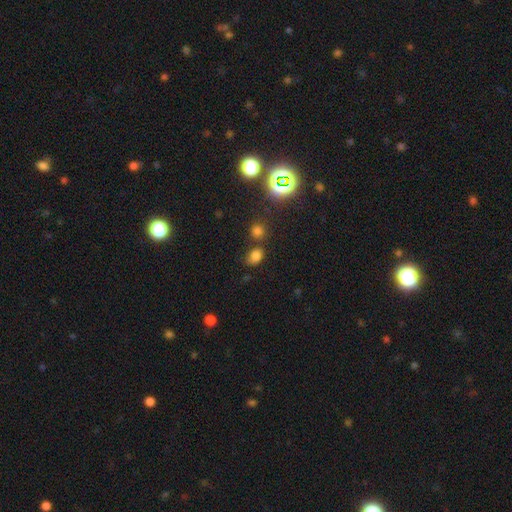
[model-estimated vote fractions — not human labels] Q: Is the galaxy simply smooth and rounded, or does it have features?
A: smooth — 72%.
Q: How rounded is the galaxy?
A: in between — 61%.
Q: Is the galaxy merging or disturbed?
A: none — 63%.